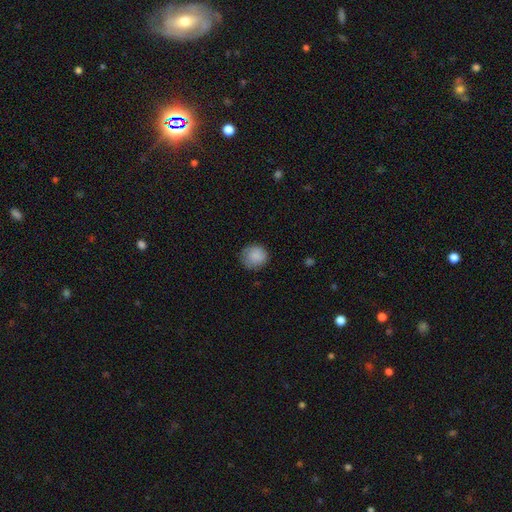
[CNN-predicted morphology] Smooth or featured? smooth (87%)
How rounded? round (88%)
Merging? none (80%)